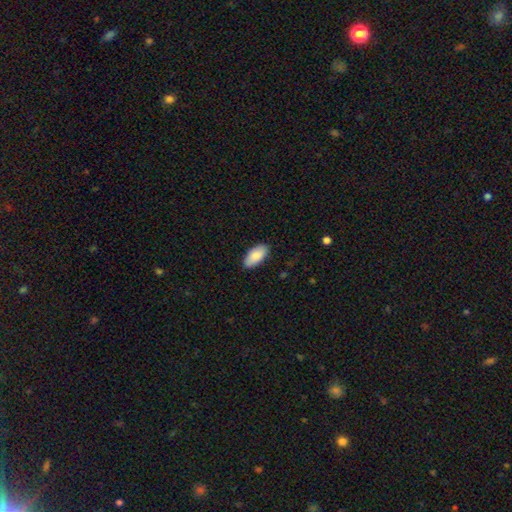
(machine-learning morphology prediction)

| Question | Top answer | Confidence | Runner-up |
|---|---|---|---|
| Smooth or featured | smooth | 87% | featured or disk (7%) |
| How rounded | in between | 94% | cigar-shaped (4%) |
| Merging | none | 88% | minor disturbance (9%) |